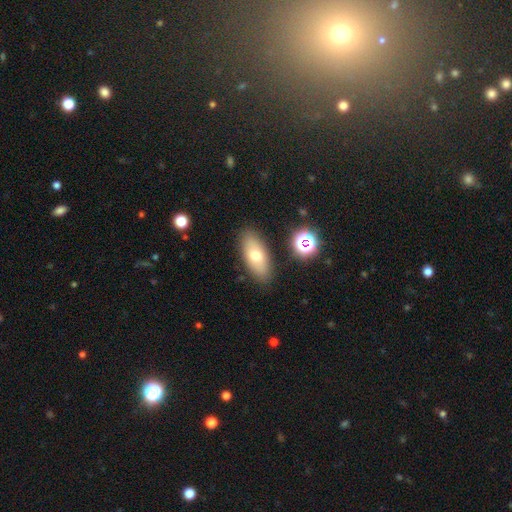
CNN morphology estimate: Smooth or featured: smooth — 68% (featured or disk — 23%)
How rounded: in between — 84% (cigar-shaped — 11%)
Merging: none — 86% (minor disturbance — 10%)